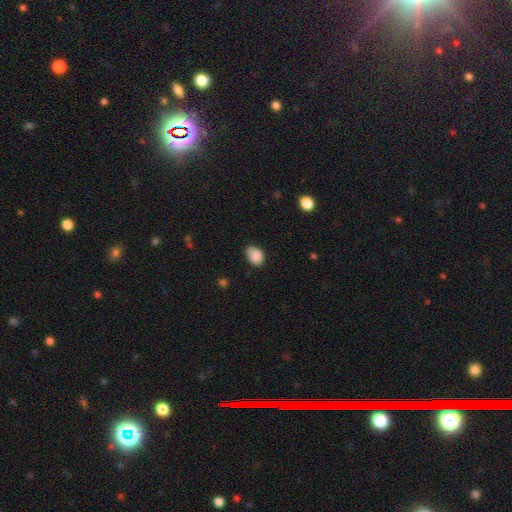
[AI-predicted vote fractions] Smooth or featured: smooth — 85% (star or artifact — 8%)
How rounded: in between — 72% (round — 27%)
Merging: none — 62% (minor disturbance — 31%)